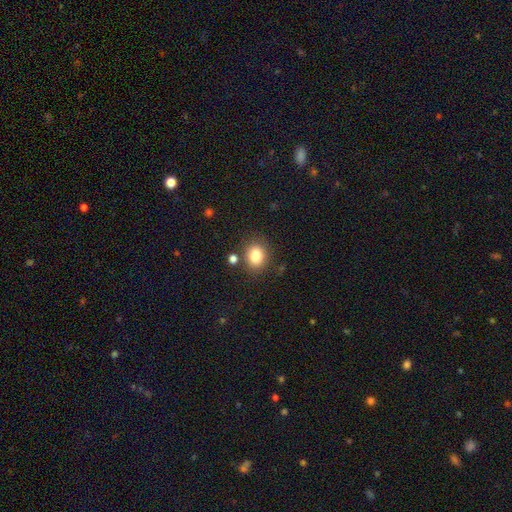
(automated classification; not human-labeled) A smooth galaxy with no disk features (83%) that is round (56%).

Vote fractions:
- Smooth or featured? smooth: 83% / star or artifact: 10% / featured or disk: 6%
- How rounded? round: 56% / in between: 43% / cigar-shaped: 1%
- Merging? none: 81% / minor disturbance: 10% / merger: 6% / major disturbance: 3%